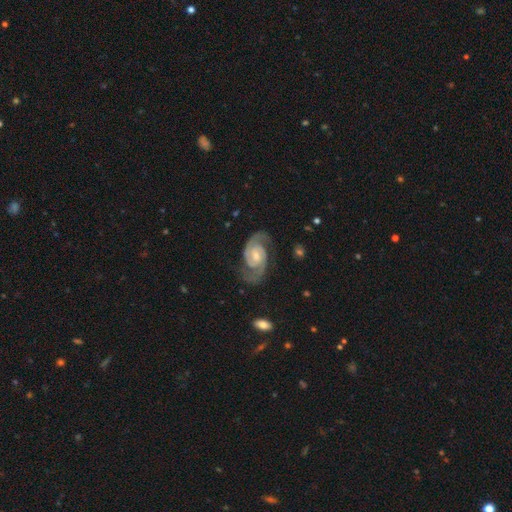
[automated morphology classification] Smooth or featured?
  - featured or disk: 92% *
  - star or artifact: 4%
  - smooth: 4%
Edge-on disk?
  - no: 98% *
  - yes: 2%
Bar?
  - weak: 46% *
  - no: 43%
  - strong: 11%
Spiral arms?
  - yes: 98% *
  - no: 2%
Spiral winding?
  - medium: 48% *
  - tight: 43%
  - loose: 9%
Spiral arm count?
  - 2: 93% *
  - can't tell: 2%
  - 3: 2%
  - 1: 1%
  - 4: 1%
  - more than 4: 1%
Bulge size?
  - moderate: 53% *
  - small: 38%
  - none: 4%
  - large: 4%
  - dominant: 1%
Merging?
  - none: 77% *
  - minor disturbance: 15%
  - major disturbance: 6%
  - merger: 1%